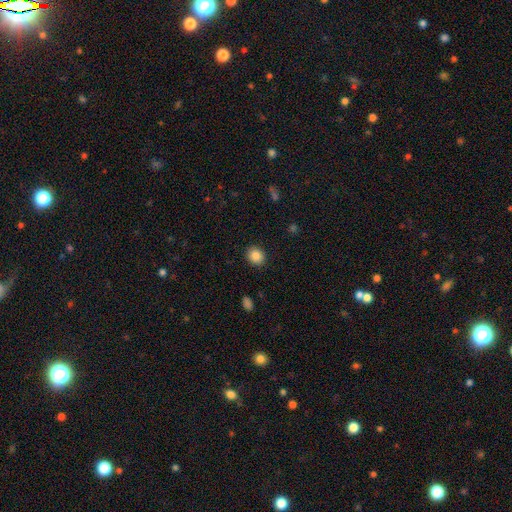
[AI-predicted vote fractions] Smooth or featured? Predicted: smooth (p=0.87). How rounded? Predicted: round (p=0.71). Merging? Predicted: none (p=0.90).